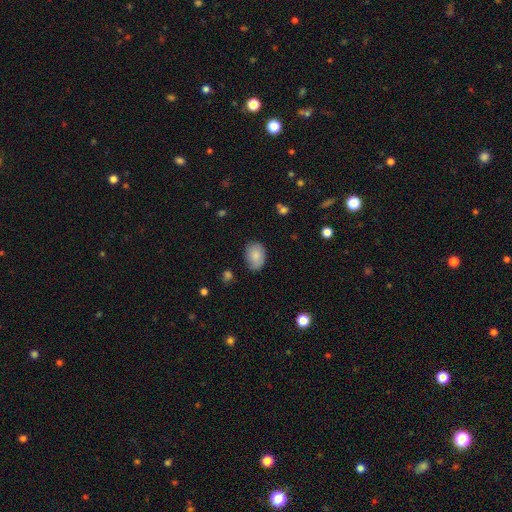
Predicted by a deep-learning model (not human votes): The model was most divided on "merging": none: 74%, minor disturbance: 20%, major disturbance: 4%, merger: 2%. More confident: smooth or featured — smooth (83%); how rounded — in between (80%).